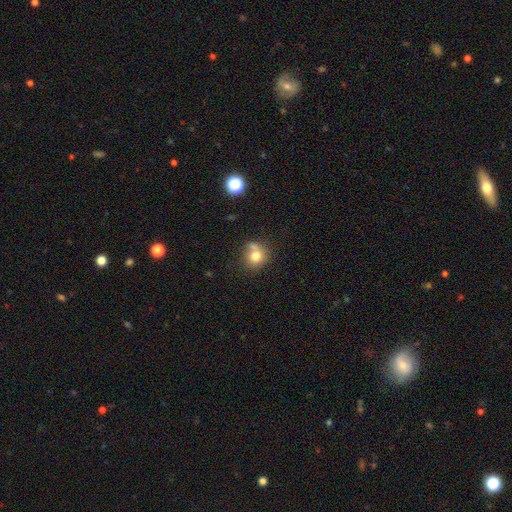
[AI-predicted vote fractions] Smooth or featured? Predicted: smooth (p=0.76). How rounded? Predicted: round (p=0.77). Merging? Predicted: none (p=0.51).